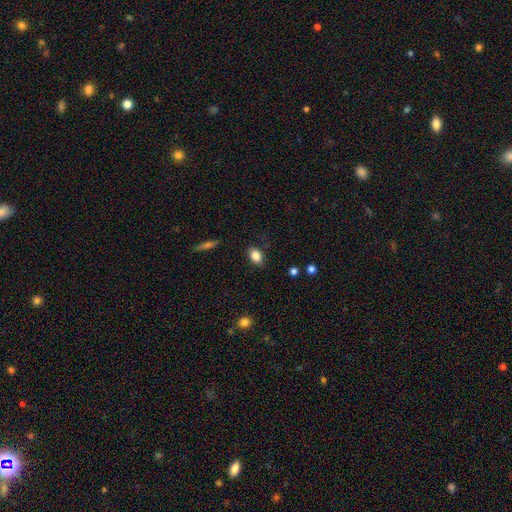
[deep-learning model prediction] Smooth or featured? smooth (83%)
How rounded? in between (83%)
Merging? none (81%)